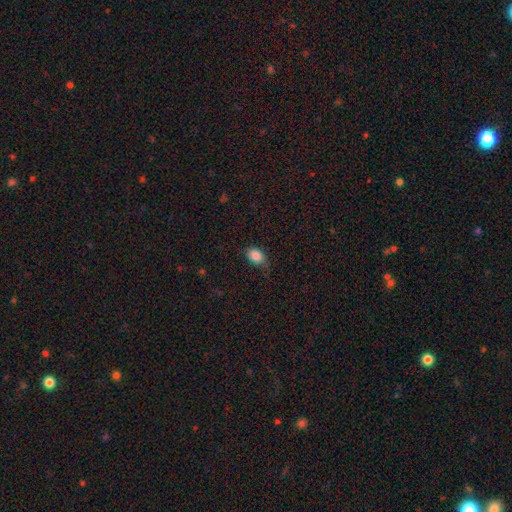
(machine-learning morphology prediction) Smooth or featured: smooth — 86% (star or artifact — 9%)
How rounded: in between — 82% (round — 17%)
Merging: none — 73% (minor disturbance — 21%)